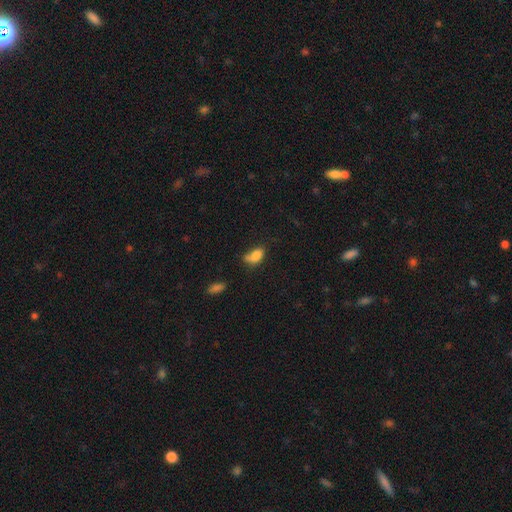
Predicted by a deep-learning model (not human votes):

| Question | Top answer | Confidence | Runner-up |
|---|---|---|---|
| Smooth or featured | smooth | 81% | star or artifact (10%) |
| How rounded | in between | 86% | round (11%) |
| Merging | none | 43% | minor disturbance (28%) |